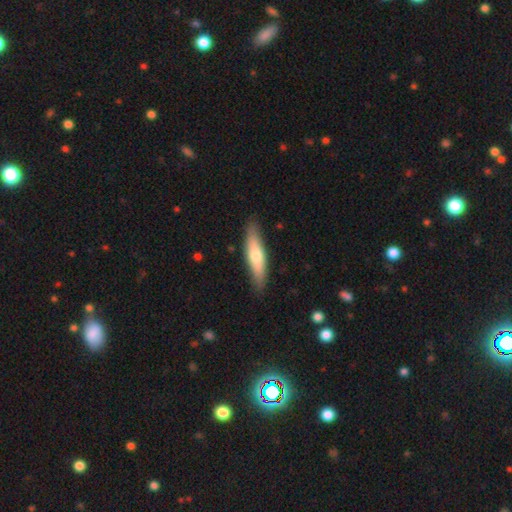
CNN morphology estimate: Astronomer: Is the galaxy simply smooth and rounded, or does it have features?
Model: smooth — 60%.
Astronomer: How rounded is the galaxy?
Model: cigar-shaped — 75%.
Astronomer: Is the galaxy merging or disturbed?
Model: none — 87%.